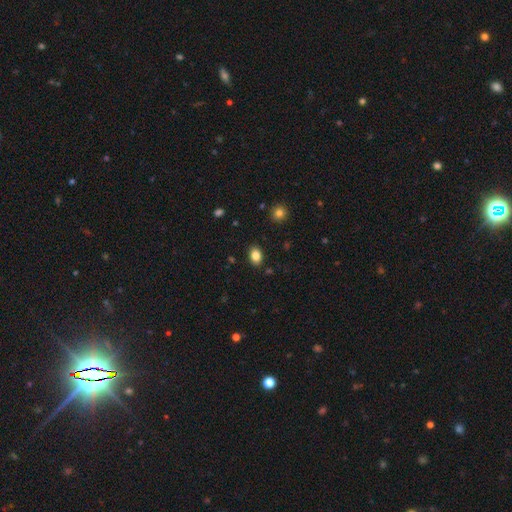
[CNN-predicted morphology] A smooth galaxy with no disk features (84%) that is in between round and cigar-shaped (76%). Merging: none (88%).